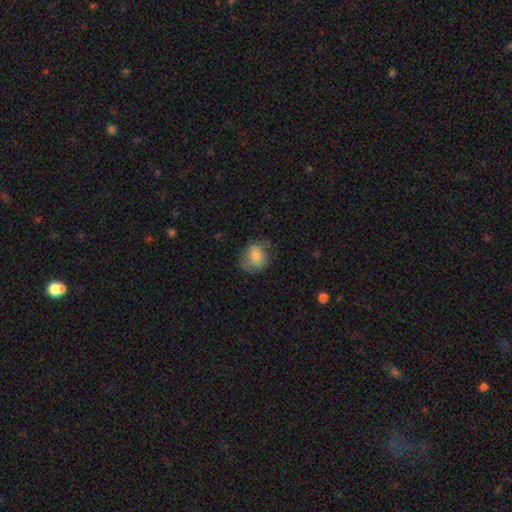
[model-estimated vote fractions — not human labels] Overall: smooth (67%). How rounded: round (58%; in between 41%). Merging: none (57%; minor disturbance 28%).